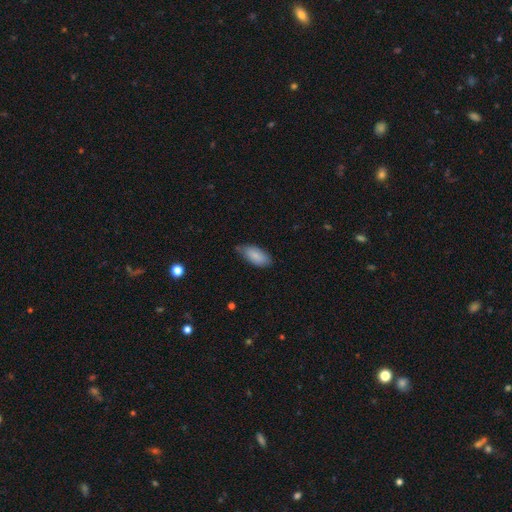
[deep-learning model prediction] Morphology: type=smooth (84%); roundness=in between (90%); merging=none (62%).